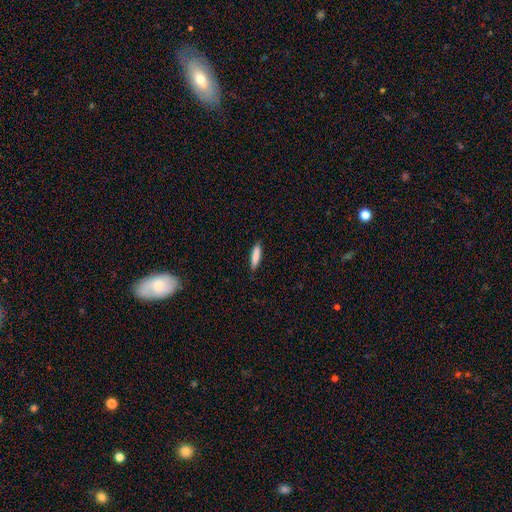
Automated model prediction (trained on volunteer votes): A smooth galaxy with no disk features (84%) that is cigar-shaped (79%).

Vote fractions:
- Smooth or featured? smooth: 84% / featured or disk: 10% / star or artifact: 6%
- How rounded? cigar-shaped: 79% / in between: 19% / round: 1%
- Merging? none: 85% / minor disturbance: 12% / major disturbance: 2% / merger: 1%